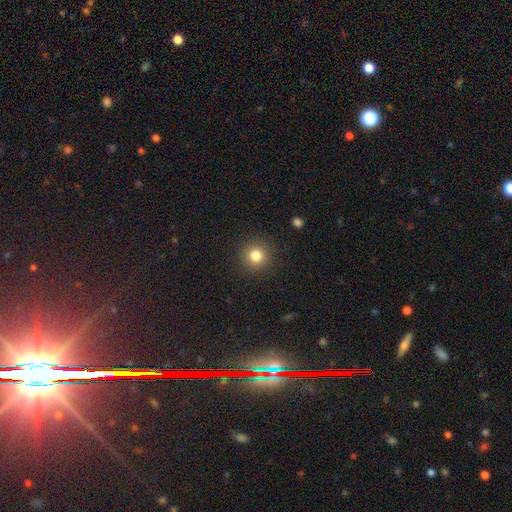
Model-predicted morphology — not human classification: Overall: smooth (82%). How rounded: round (94%). Merging: none (91%).